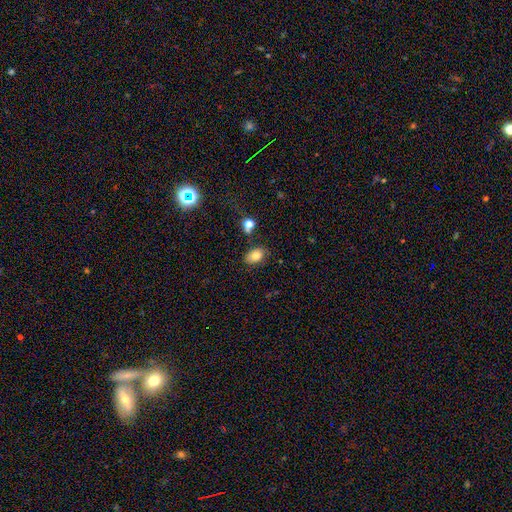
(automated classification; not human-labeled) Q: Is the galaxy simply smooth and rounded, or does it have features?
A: smooth — 80%.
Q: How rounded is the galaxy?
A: in between — 85%.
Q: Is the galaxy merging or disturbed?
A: none — 77%.